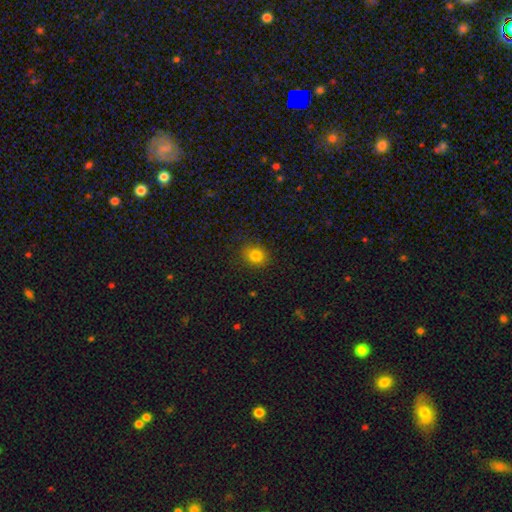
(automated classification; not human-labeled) smooth_or_featured: smooth (p=0.83) [alt: star or artifact p=0.12]
how_rounded: round (p=0.65) [alt: in between p=0.35]
merging: none (p=0.88) [alt: minor disturbance p=0.09]